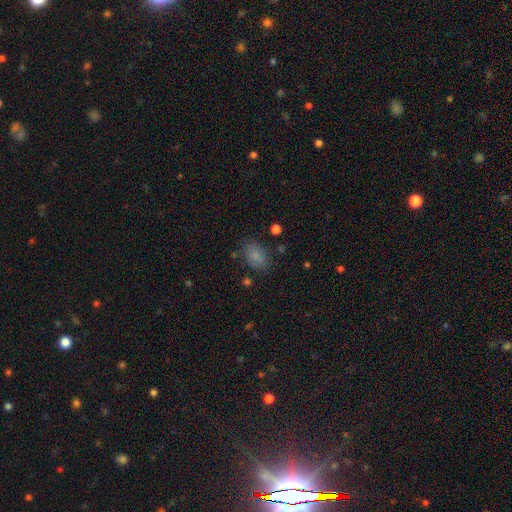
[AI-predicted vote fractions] This is clearly a smooth galaxy (82%). How rounded: clearly in between (81%). Merging: likely none (78%).